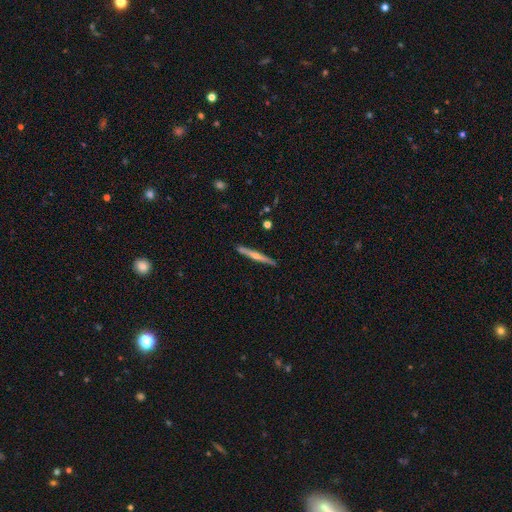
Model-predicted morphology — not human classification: type=featured or disk (73%); edge-on=yes (98%); edge-on bulge=rounded (86%); merging=none (90%).